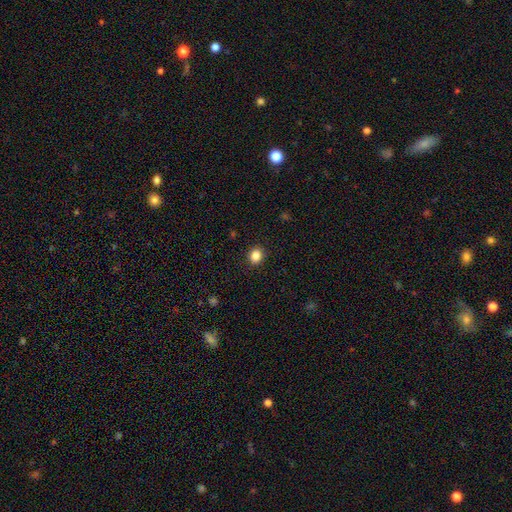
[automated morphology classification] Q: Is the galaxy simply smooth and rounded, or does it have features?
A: smooth — 86%.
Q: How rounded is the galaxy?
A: round — 59%.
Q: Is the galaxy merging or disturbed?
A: none — 90%.